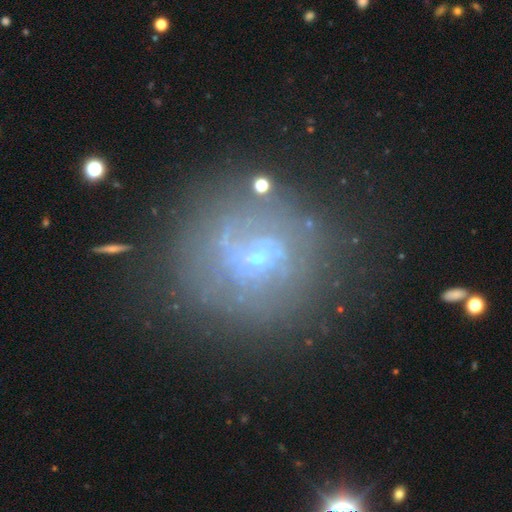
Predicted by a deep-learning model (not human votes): A featured or disk galaxy (62%) with no bar (52%), spiral arms (64%) and a small central bulge (76%). Merging: none (69%).